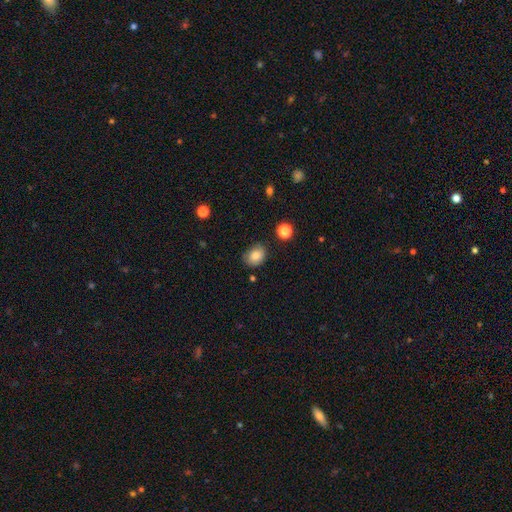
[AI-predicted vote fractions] smooth_or_featured: smooth (p=0.83) [alt: star or artifact p=0.10]
how_rounded: in between (p=0.57) [alt: round p=0.42]
merging: none (p=0.77) [alt: minor disturbance p=0.17]